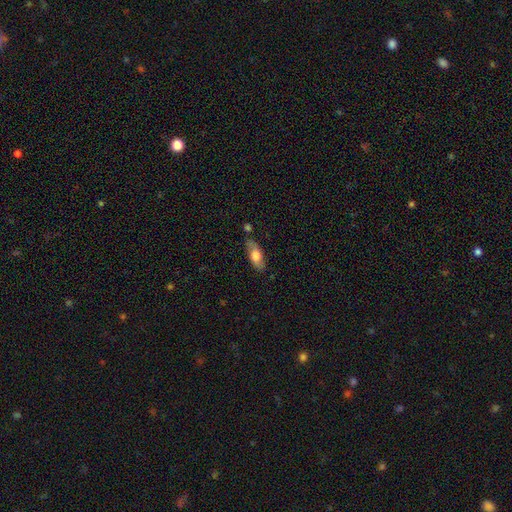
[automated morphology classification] The model was most divided on "smooth or featured": smooth: 61%, featured or disk: 33%, star or artifact: 6%. More confident: how rounded — in between (74%); merging — none (72%).